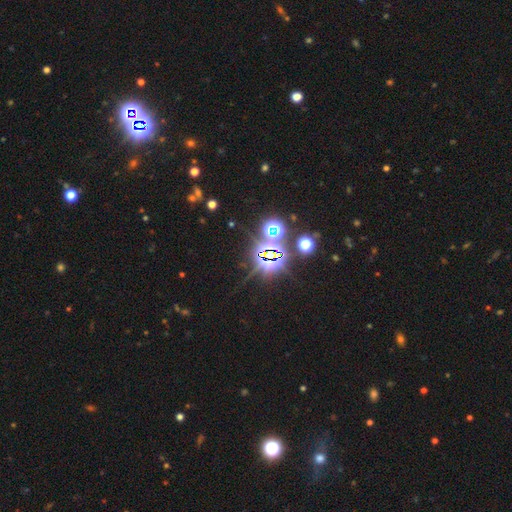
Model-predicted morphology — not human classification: type=star or artifact (80%).